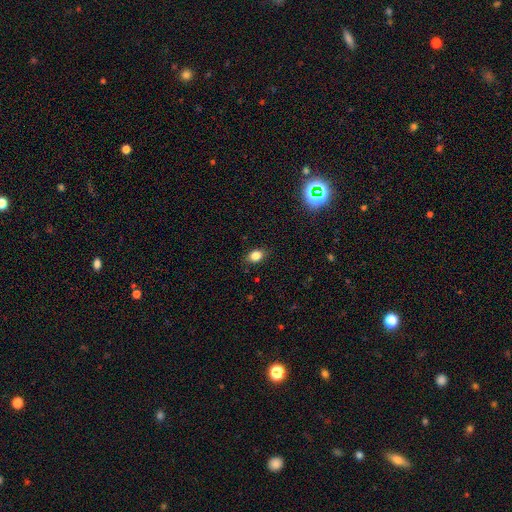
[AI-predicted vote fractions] Smooth or featured: smooth — 83% (star or artifact — 11%)
How rounded: in between — 71% (round — 28%)
Merging: none — 86% (minor disturbance — 10%)